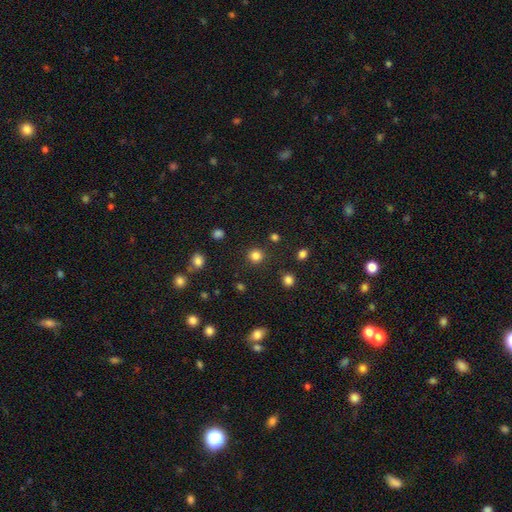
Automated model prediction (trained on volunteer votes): This is clearly a smooth galaxy (83%). How rounded: clearly round (92%). Merging: clearly none (89%).